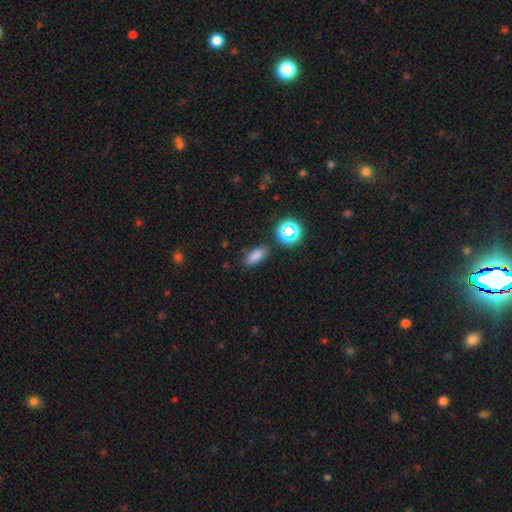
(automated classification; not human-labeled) This appears to be a smooth galaxy with no disk features (77%) that is in between round and cigar-shaped (80%). Merging: none (83%).